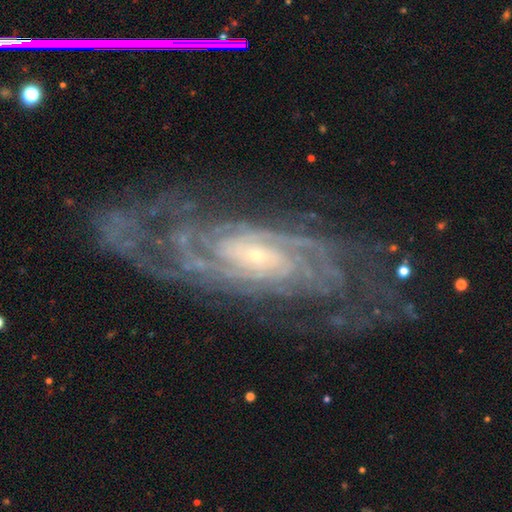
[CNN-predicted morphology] smooth-or-featured: featured or disk: 90% | star or artifact: 6% | smooth: 4%
  disk-edge-on: no: 93% | yes: 7%
    bar: no: 58% | weak: 29% | strong: 14%
    has-spiral-arms: yes: 98% | no: 2%
      spiral-winding: tight: 69% | medium: 25% | loose: 6%
      spiral-arm-count: can't tell: 26% | 2: 20% | 4: 17% | more than 4: 16% | 3: 14% | 1: 8%
    bulge-size: small: 72% | moderate: 23% | large: 2% | none: 2% | dominant: 1%
  merging: none: 69% | minor disturbance: 17% | major disturbance: 11% | merger: 2%